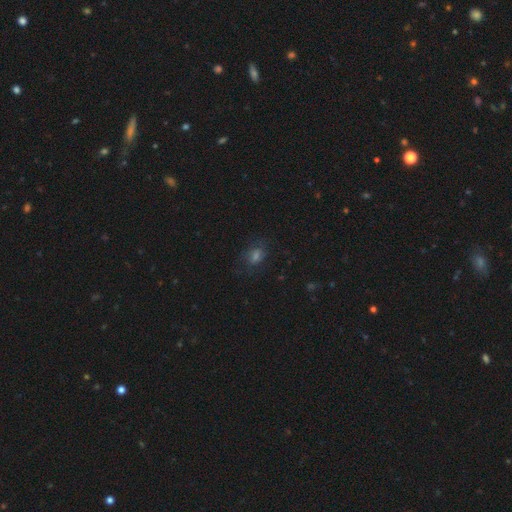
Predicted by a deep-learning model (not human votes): A smooth galaxy with no disk features (56%) that is in between round and cigar-shaped (56%). Merging: none (72%).